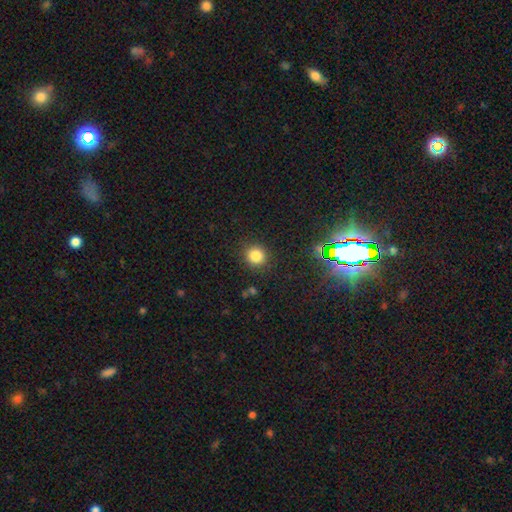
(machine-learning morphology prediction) A smooth galaxy with no disk features (81%) that is round (90%).

Vote fractions:
- Smooth or featured? smooth: 81% / star or artifact: 14% / featured or disk: 5%
- How rounded? round: 90% / in between: 9% / cigar-shaped: 1%
- Merging? none: 89% / minor disturbance: 7% / major disturbance: 3% / merger: 2%